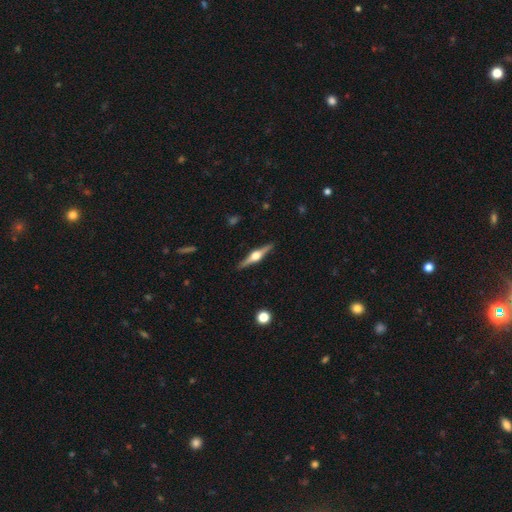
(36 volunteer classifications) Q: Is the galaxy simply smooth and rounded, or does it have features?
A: featured or disk — 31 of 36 (86%).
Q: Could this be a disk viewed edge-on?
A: yes — 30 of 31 (97%).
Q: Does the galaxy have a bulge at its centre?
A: rounded — 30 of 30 (100%).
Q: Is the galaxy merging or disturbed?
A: none — 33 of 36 (92%).